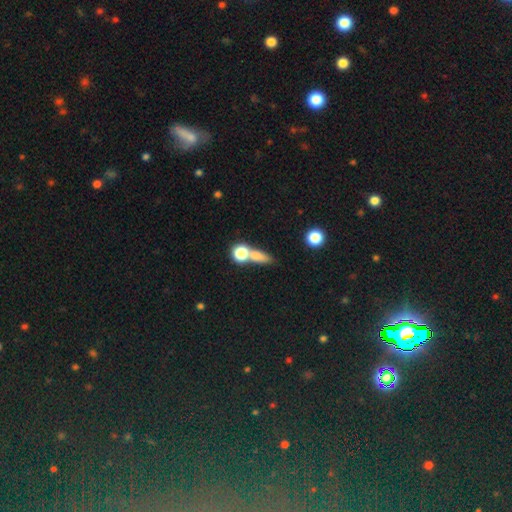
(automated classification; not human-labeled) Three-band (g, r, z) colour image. It shows a smooth galaxy with no disk features (72%) that is round (37%). Merging: none (42%).